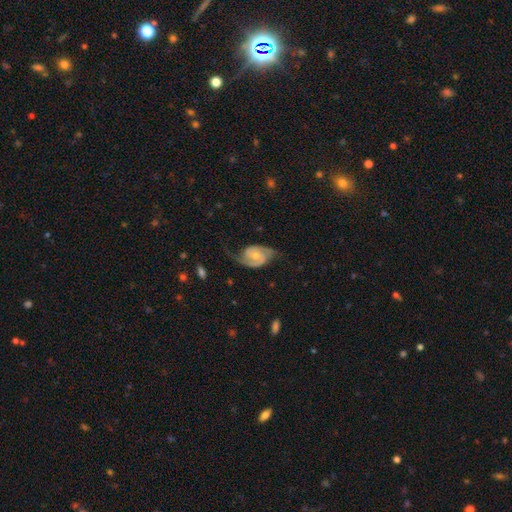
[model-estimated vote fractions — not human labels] smooth-or-featured: featured or disk: 82% | smooth: 13% | star or artifact: 5%
  disk-edge-on: no: 97% | yes: 3%
    bar: no: 62% | weak: 32% | strong: 7%
    has-spiral-arms: yes: 95% | no: 5%
      spiral-winding: medium: 43% | loose: 33% | tight: 24%
      spiral-arm-count: 2: 86% | 1: 6% | can't tell: 5% | 3: 1% | 4: 1% | more than 4: 1%
    bulge-size: moderate: 47% | small: 46% | none: 3% | large: 3% | dominant: 1%
  merging: none: 59% | minor disturbance: 23% | major disturbance: 16% | merger: 2%